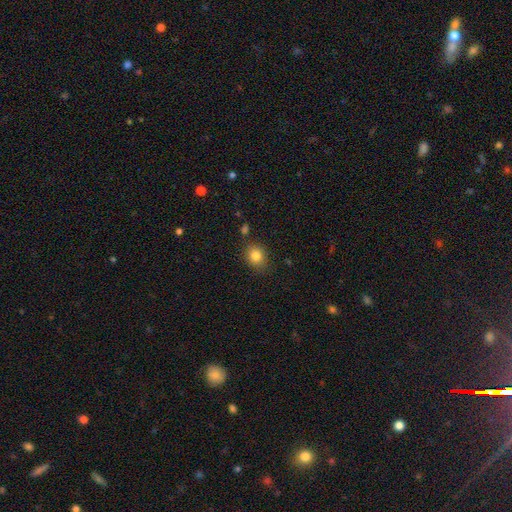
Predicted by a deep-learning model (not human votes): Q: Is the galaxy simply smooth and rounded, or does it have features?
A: smooth — 82%.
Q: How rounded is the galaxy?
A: round — 61%.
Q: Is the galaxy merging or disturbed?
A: none — 82%.